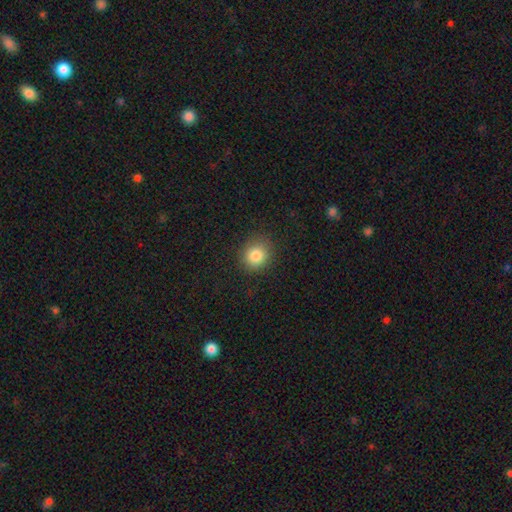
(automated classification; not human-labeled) Smooth or featured: smooth — 83% (star or artifact — 11%)
How rounded: round — 82% (in between — 17%)
Merging: none — 87% (minor disturbance — 9%)